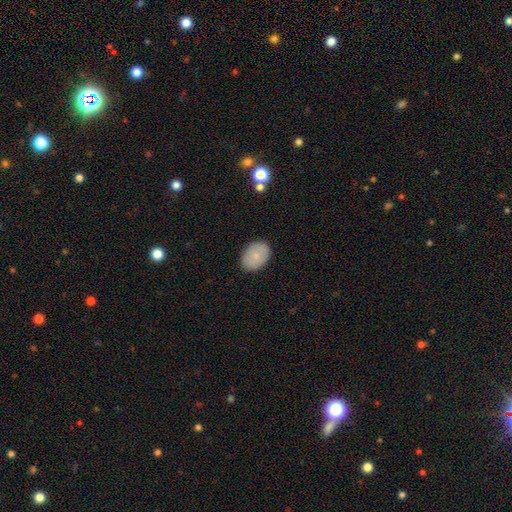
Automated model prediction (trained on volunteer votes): Q: Smooth or featured?
A: smooth (81%); runner-up: featured or disk (12%)
Q: How rounded?
A: in between (80%); runner-up: round (18%)
Q: Merging?
A: none (88%); runner-up: minor disturbance (9%)